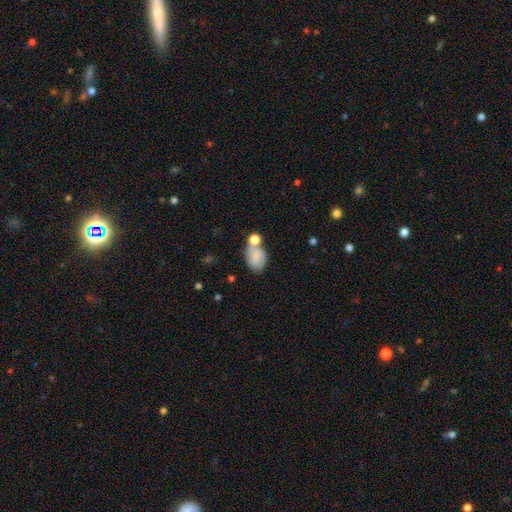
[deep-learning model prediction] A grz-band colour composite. It shows a smooth galaxy with no disk features (73%) that is in between round and cigar-shaped (79%). Merging: none (44%).